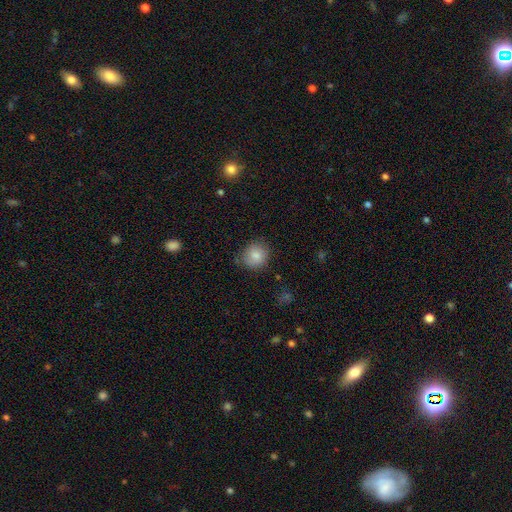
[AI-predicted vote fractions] smooth 84%, star or artifact 9%, featured or disk 8%. Down the decision tree: how rounded — round (83%); merging — none (77%).